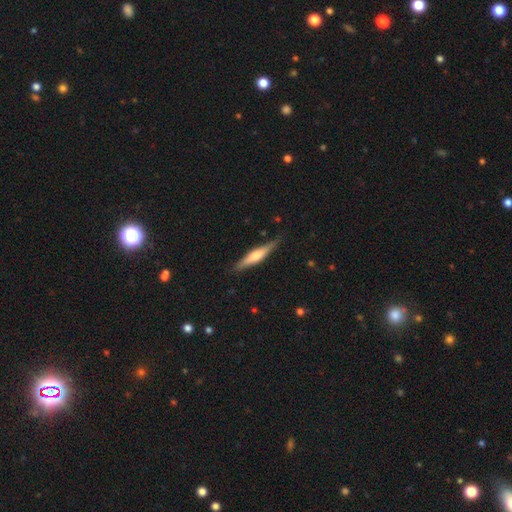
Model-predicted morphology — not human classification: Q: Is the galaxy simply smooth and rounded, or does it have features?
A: featured or disk — 48%.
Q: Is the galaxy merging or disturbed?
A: none — 84%.